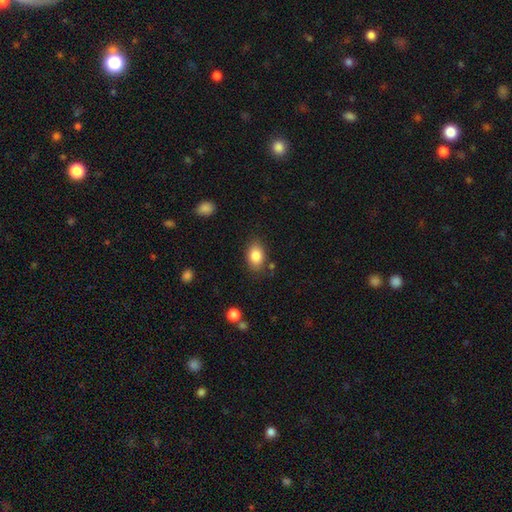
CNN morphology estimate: smooth_or_featured: smooth (p=0.85) [alt: star or artifact p=0.08]
how_rounded: in between (p=0.83) [alt: round p=0.16]
merging: none (p=0.80) [alt: minor disturbance p=0.13]